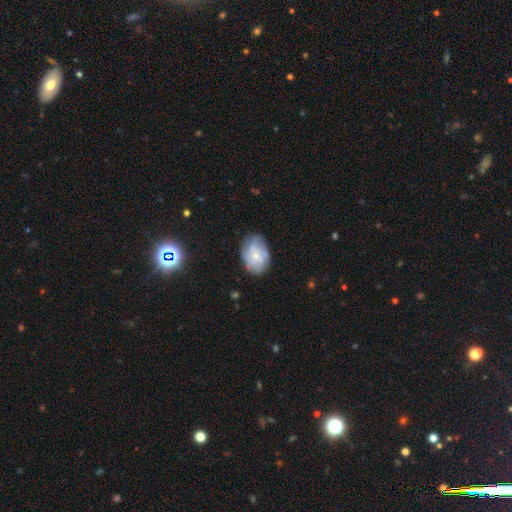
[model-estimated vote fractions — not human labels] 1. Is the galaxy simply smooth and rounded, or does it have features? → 47% featured or disk, 45% smooth, 8% star or artifact.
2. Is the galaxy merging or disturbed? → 70% none, 22% minor disturbance, 7% major disturbance, 2% merger.